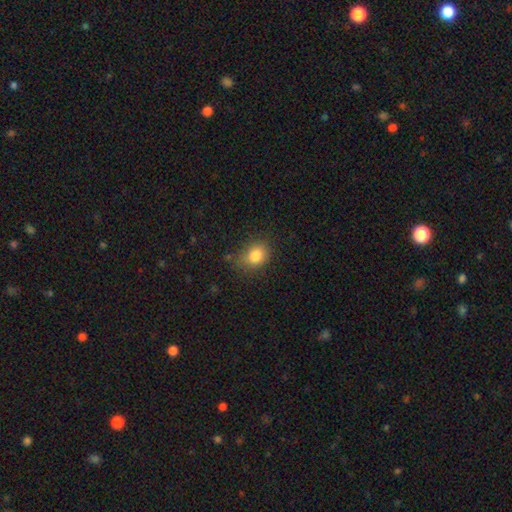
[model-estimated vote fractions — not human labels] Smooth or featured? smooth (83%)
How rounded? in between (57%)
Merging? none (71%)